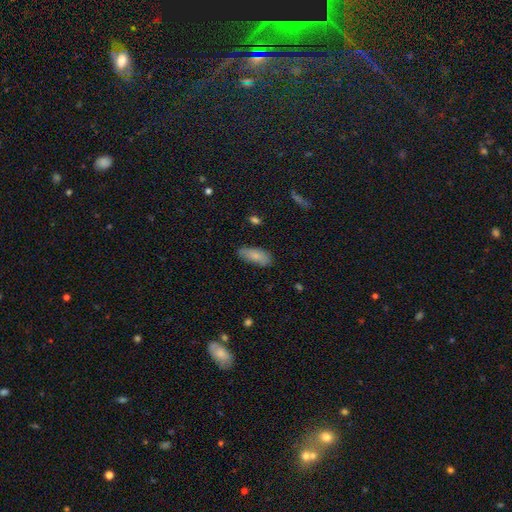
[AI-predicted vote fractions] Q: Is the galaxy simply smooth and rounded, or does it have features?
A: smooth — 80%.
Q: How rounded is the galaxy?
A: in between — 81%.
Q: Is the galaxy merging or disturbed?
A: none — 79%.